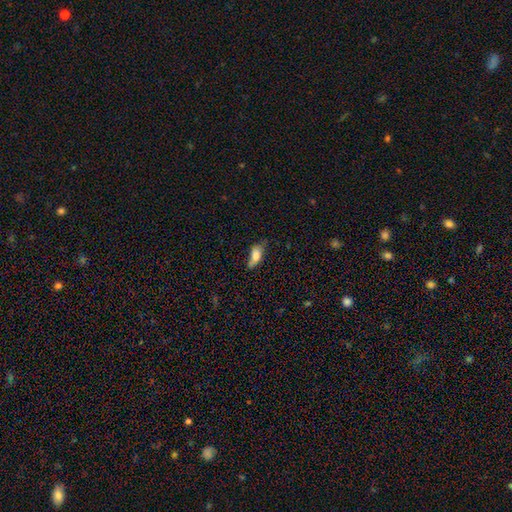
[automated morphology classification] smooth-or-featured: smooth: 76% | featured or disk: 15% | star or artifact: 9%
  how-rounded: in between: 80% | cigar-shaped: 17% | round: 4%
  merging: none: 45% | minor disturbance: 35% | major disturbance: 15% | merger: 5%